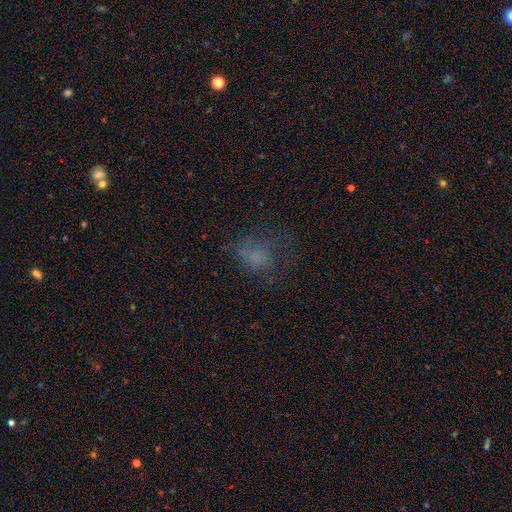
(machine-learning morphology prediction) Smooth or featured: smooth — 58% (star or artifact — 22%)
How rounded: in between — 49% (tied with round — 49%)
Merging: none — 48% (major disturbance — 28%)